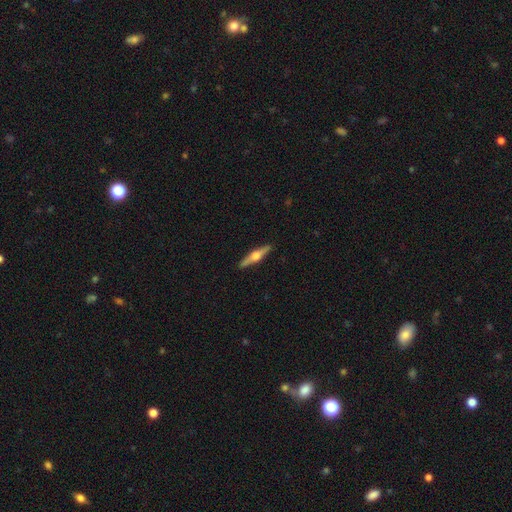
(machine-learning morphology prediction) Overall: featured or disk (73%). Edge-on disk: yes (98%). Edge-on bulge: rounded (94%). Merging: none (91%).